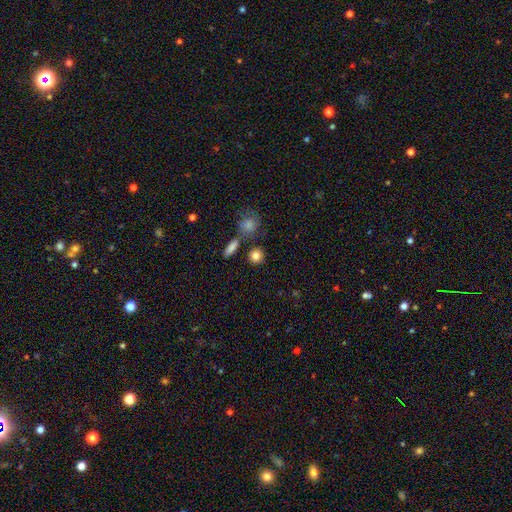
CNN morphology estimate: Smooth or featured?
  - smooth: 84% *
  - star or artifact: 9%
  - featured or disk: 7%
How rounded?
  - round: 84% *
  - in between: 14%
  - cigar-shaped: 2%
Merging?
  - none: 78% *
  - merger: 10%
  - minor disturbance: 9%
  - major disturbance: 3%